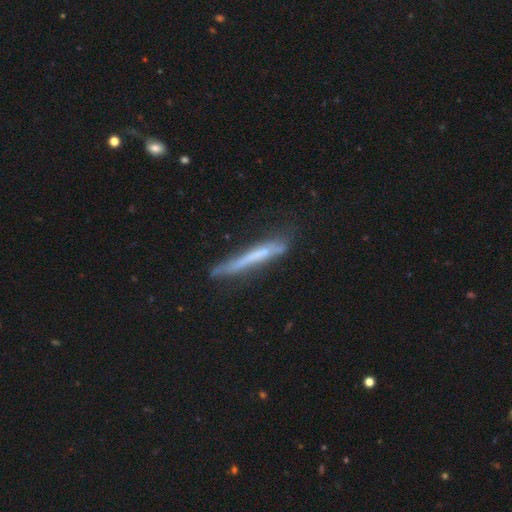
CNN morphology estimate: Smooth or featured? featured or disk (50%)
Merging? none (61%)